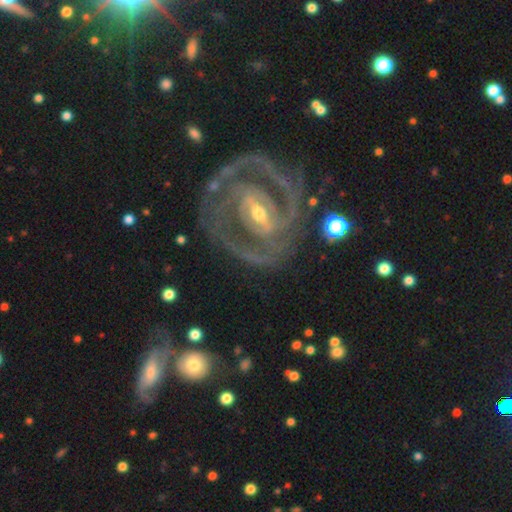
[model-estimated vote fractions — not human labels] smooth_or_featured: featured or disk (p=0.89) [alt: smooth p=0.06]
disk_edge_on: no (p=0.96) [alt: yes p=0.04]
bar: strong (p=0.51) [alt: weak p=0.31]
has_spiral_arms: yes (p=0.89) [alt: no p=0.11]
spiral_winding: tight (p=0.61) [alt: medium p=0.31]
spiral_arm_count: 2 (p=0.58) [alt: can't tell p=0.16]
bulge_size: small (p=0.51) [alt: moderate p=0.44]
merging: none (p=0.72) [alt: minor disturbance p=0.15]